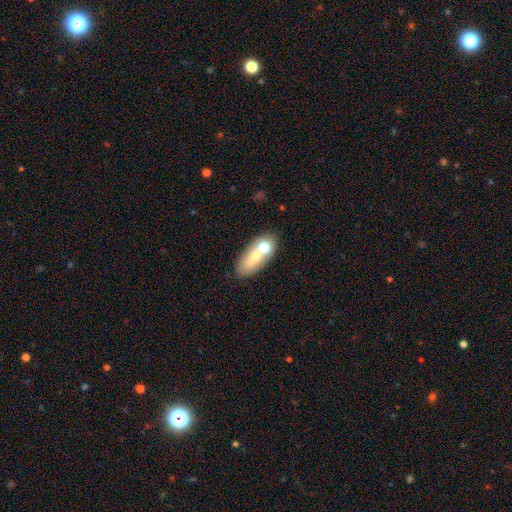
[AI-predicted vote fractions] Smooth or featured: smooth — 60% (featured or disk — 31%)
How rounded: in between — 80% (cigar-shaped — 10%)
Merging: none — 42% (merger — 40%)